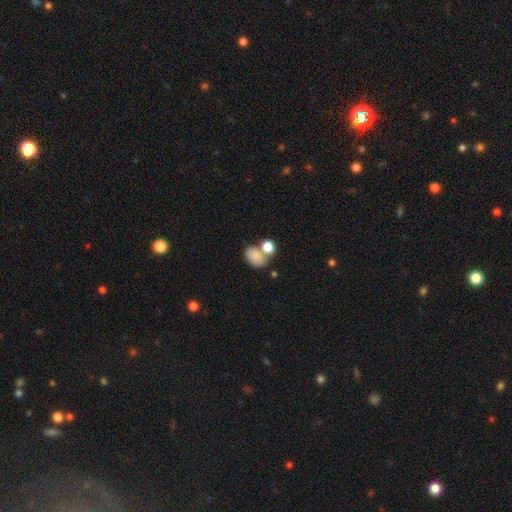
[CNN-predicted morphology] smooth 79%, featured or disk 11%, star or artifact 9%. Down the decision tree: how rounded — in between (69%); merging — none (40%, tied with merger).